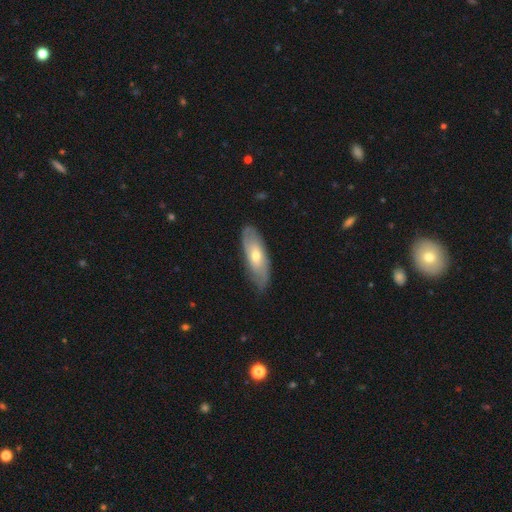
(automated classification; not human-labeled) Smooth or featured? featured or disk (53%)
Edge-on disk? no (77%)
Merging? none (77%)